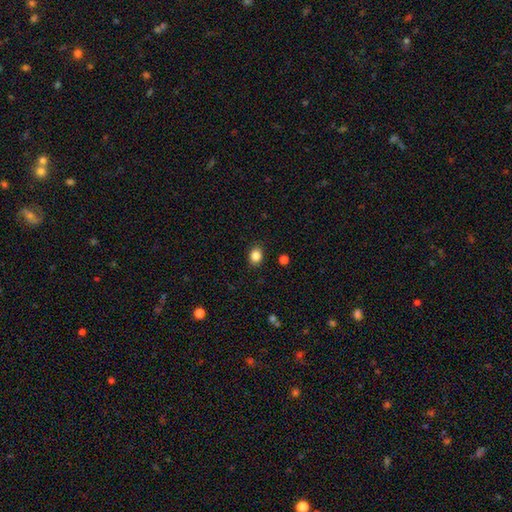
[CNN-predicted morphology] smooth 85%, star or artifact 10%, featured or disk 5%. Down the decision tree: how rounded — in between (55%); merging — none (88%).